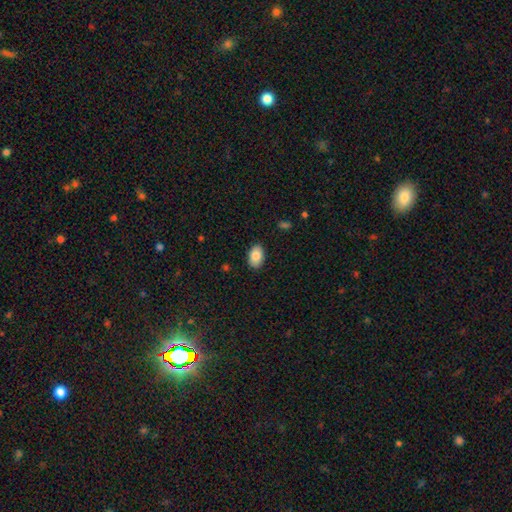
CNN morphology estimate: type=smooth (85%); roundness=in between (90%); merging=none (87%).